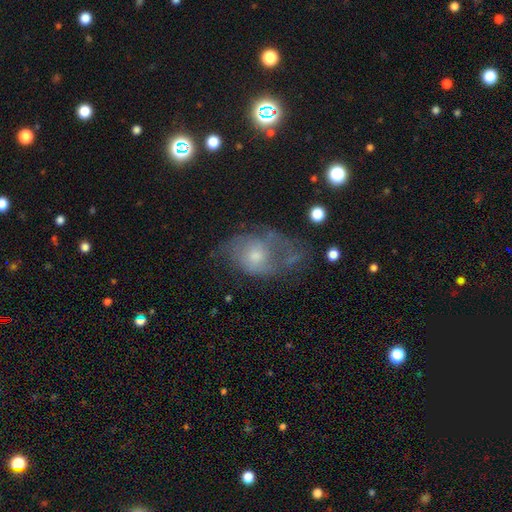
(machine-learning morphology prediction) Smooth or featured? featured or disk (59%)
Edge-on disk? no (96%)
Bar? no (79%)
Spiral arms? yes (65%)
Bulge size? moderate (53%)
Merging? major disturbance (34%, tied with none)